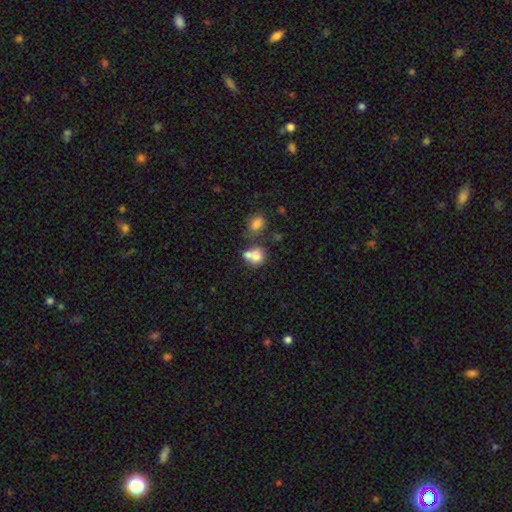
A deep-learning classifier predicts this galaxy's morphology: smooth-or-featured: smooth: 74% | featured or disk: 15% | star or artifact: 11%
  how-rounded: round: 73% | in between: 26% | cigar-shaped: 1%
  merging: merger: 53% | none: 33% | minor disturbance: 9% | major disturbance: 5%